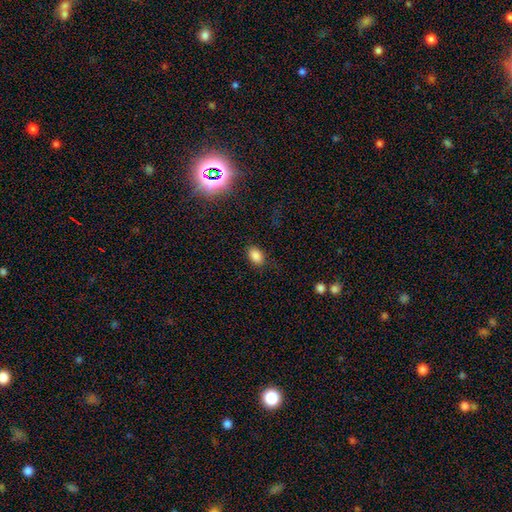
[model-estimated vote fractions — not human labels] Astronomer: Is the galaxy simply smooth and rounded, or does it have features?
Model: smooth — 85%.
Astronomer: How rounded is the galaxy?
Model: in between — 86%.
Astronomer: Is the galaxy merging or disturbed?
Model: none — 83%.